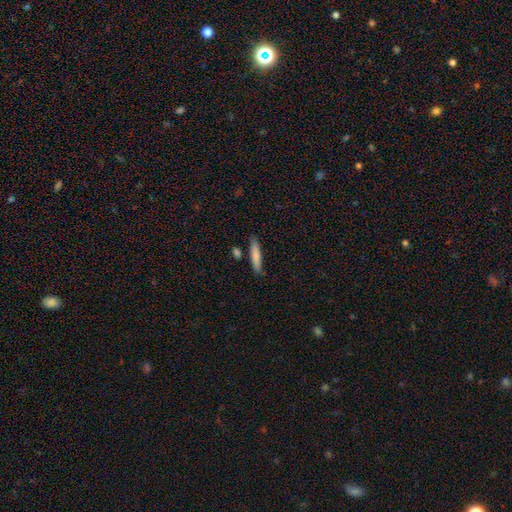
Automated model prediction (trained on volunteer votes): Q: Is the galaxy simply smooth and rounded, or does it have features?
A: smooth — 81%.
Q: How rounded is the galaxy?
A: cigar-shaped — 87%.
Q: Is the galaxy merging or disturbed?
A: none — 83%.